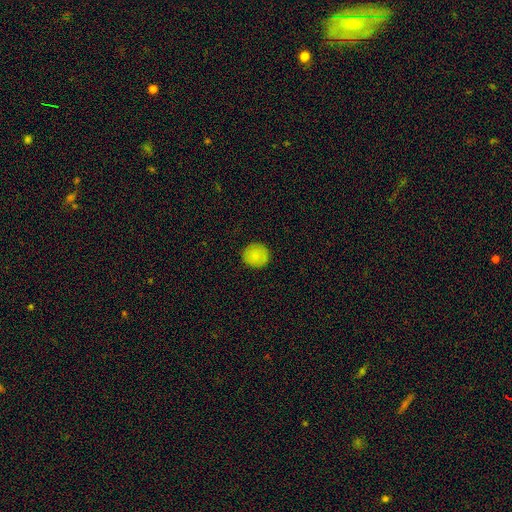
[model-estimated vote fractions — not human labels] Smooth or featured? smooth (81%)
How rounded? round (91%)
Merging? none (90%)